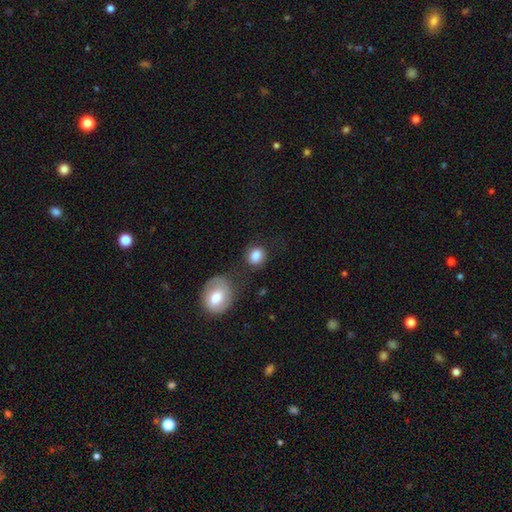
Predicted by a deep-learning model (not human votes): Overall: smooth (85%). How rounded: round (60%; in between 38%). Merging: none (66%).